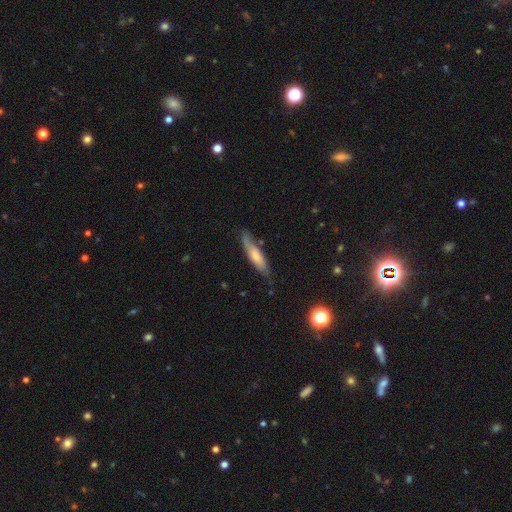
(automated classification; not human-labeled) Q: Smooth or featured?
A: smooth (61%); runner-up: featured or disk (34%)
Q: How rounded?
A: cigar-shaped (72%); runner-up: in between (27%)
Q: Merging?
A: none (67%); runner-up: minor disturbance (24%)